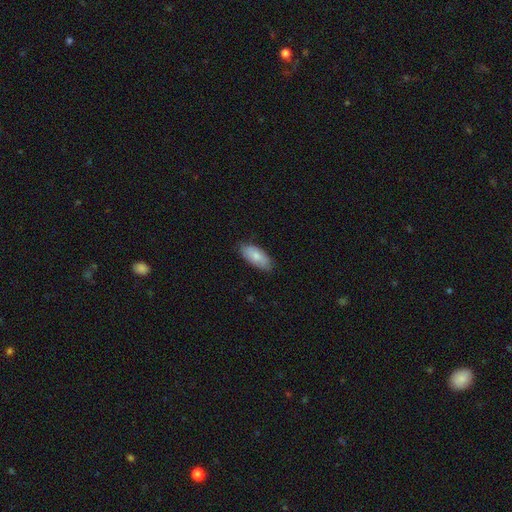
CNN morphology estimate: type=smooth (81%); roundness=in between (88%); merging=none (82%).